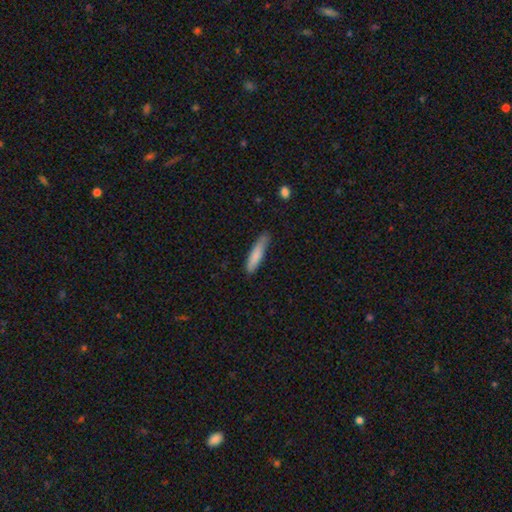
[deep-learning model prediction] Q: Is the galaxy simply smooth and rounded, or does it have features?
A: smooth — 81%.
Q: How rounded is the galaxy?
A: cigar-shaped — 83%.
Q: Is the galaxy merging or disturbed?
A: none — 73%.